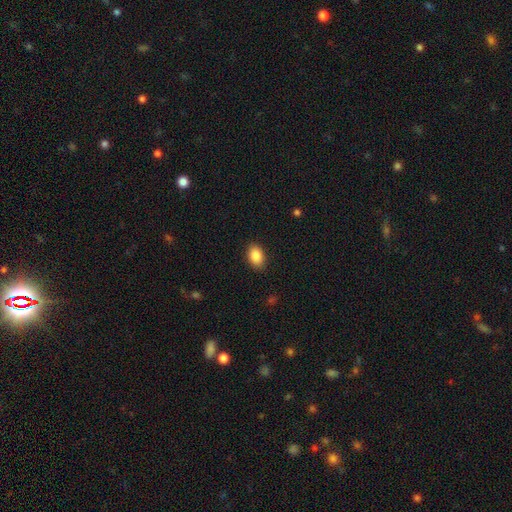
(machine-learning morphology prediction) The model was most divided on "how rounded": in between: 86%, round: 12%, cigar-shaped: 1%. More confident: smooth or featured — smooth (89%); merging — none (88%).